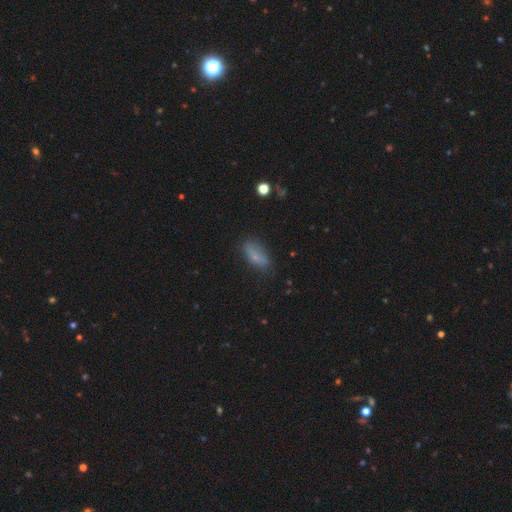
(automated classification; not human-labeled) This is likely a smooth galaxy (74%). How rounded: clearly in between (82%). Merging: likely none (71%).